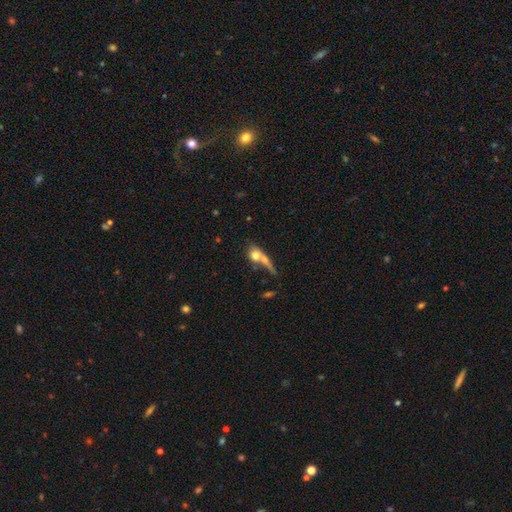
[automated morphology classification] smooth_or_featured: smooth (p=0.66) [alt: featured or disk p=0.24]
how_rounded: round (p=0.51) [alt: in between p=0.31]
merging: merger (p=0.52) [alt: none p=0.29]